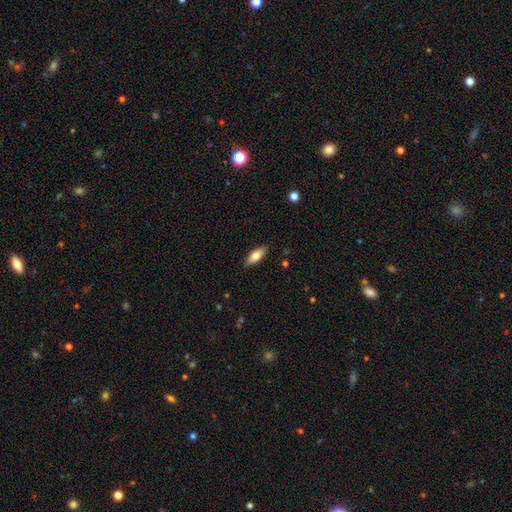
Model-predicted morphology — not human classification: smooth-or-featured: smooth: 75% | featured or disk: 19% | star or artifact: 6%
  how-rounded: in between: 76% | cigar-shaped: 22% | round: 2%
  merging: none: 87% | minor disturbance: 10% | major disturbance: 2% | merger: 1%